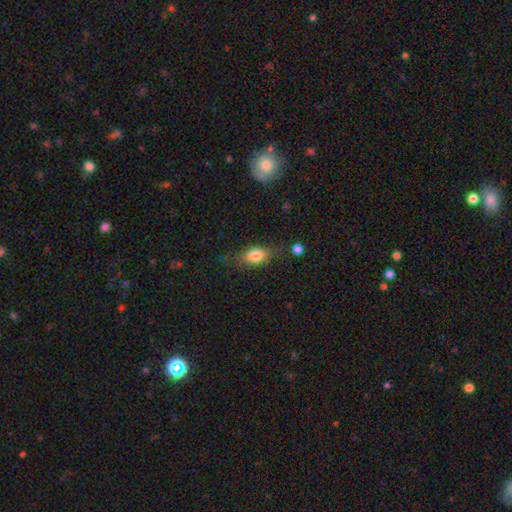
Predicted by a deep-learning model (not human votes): This is likely a smooth galaxy (78%). How rounded: clearly in between (80%). Merging: likely none (68%).